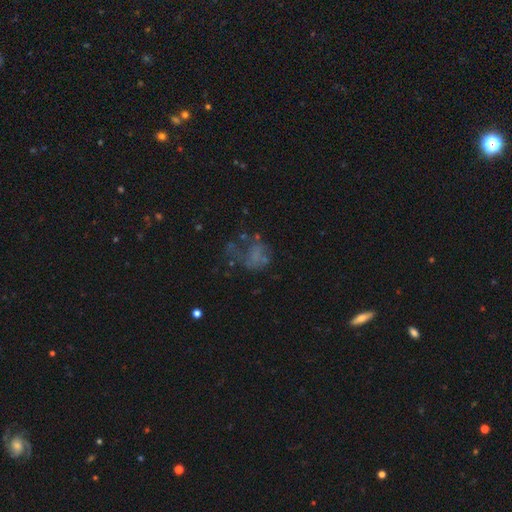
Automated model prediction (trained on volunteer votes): smooth_or_featured: featured or disk (p=0.40) [alt: smooth p=0.39]
merging: major disturbance (p=0.39) [alt: none p=0.33]